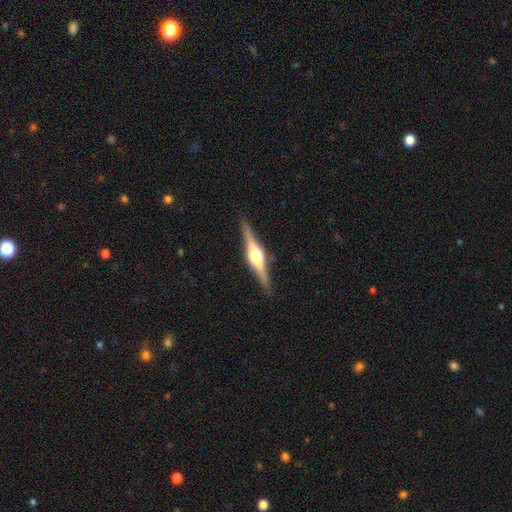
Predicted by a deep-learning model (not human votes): This is clearly a featured or disk galaxy (82%). It is clearly viewed edge-on (98%). Edge-on bulge: clearly rounded (92%). Merging: clearly none (90%).